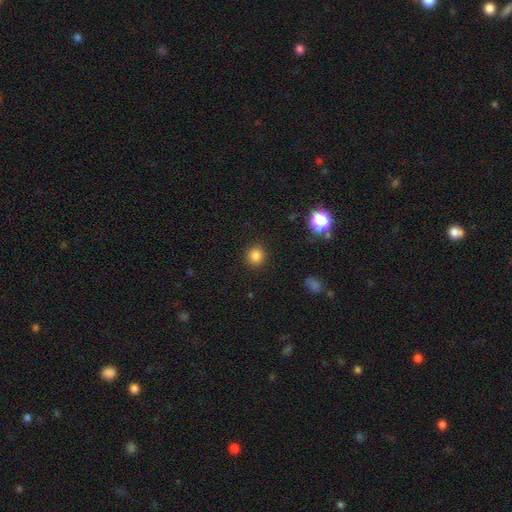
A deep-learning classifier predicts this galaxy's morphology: Overall: smooth (83%). How rounded: round (89%). Merging: none (90%).